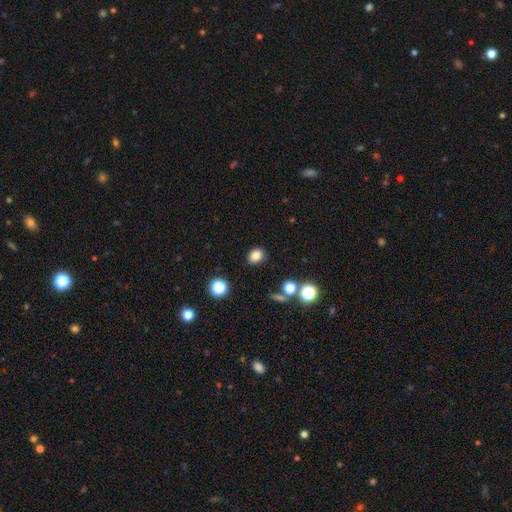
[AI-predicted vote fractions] Overall: smooth (83%). How rounded: in between (56%; round 43%). Merging: none (86%).